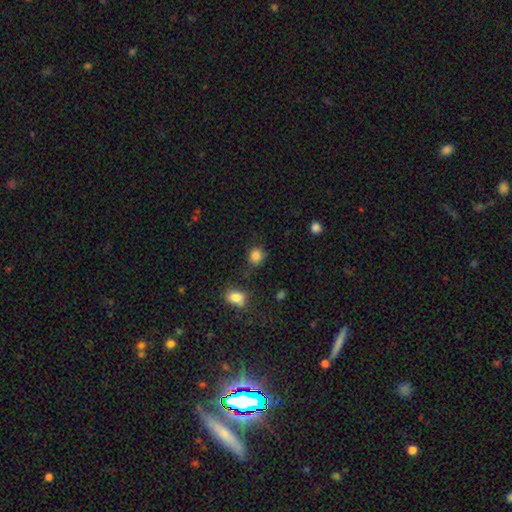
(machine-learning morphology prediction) Smooth or featured? smooth (84%)
How rounded? round (78%)
Merging? none (70%)